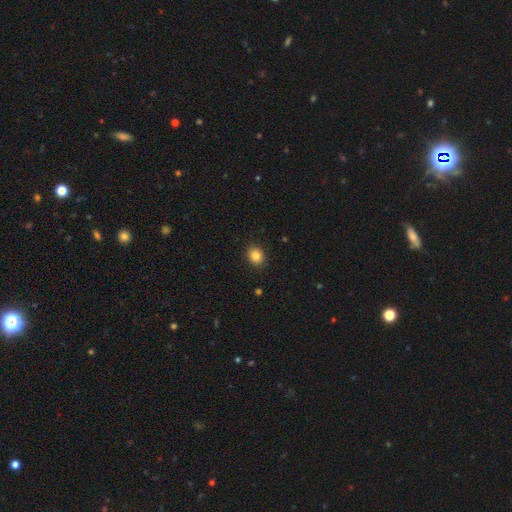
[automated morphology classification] Smooth or featured? smooth (84%)
How rounded? round (67%)
Merging? none (90%)